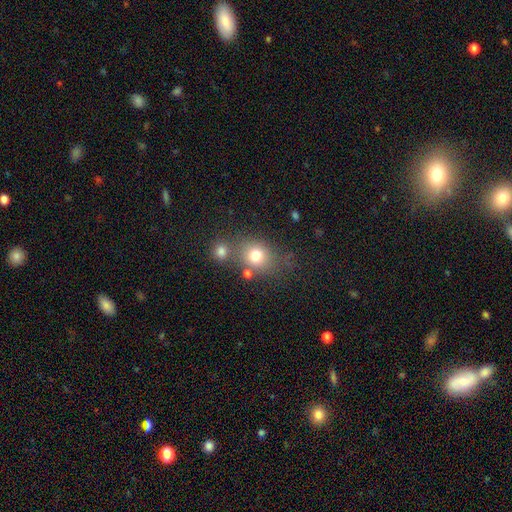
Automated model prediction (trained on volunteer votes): This appears to be a smooth galaxy with no disk features (75%) that is round (61%). Merging: none (60%).